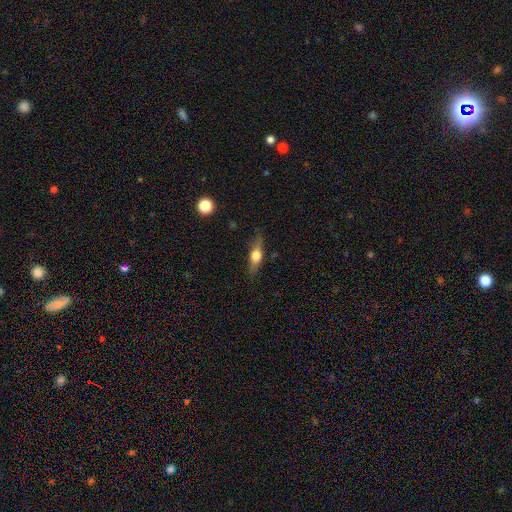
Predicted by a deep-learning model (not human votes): Morphology: type=featured or disk (47%); merging=none (82%).